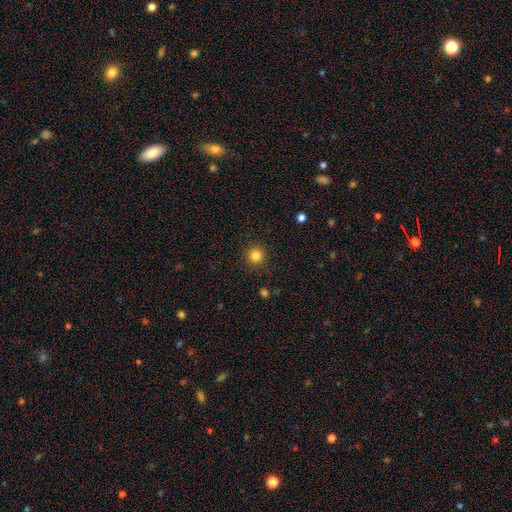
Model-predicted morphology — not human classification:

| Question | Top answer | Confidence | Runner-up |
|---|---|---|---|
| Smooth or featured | smooth | 84% | star or artifact (12%) |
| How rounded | round | 94% | in between (5%) |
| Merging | none | 90% | minor disturbance (7%) |